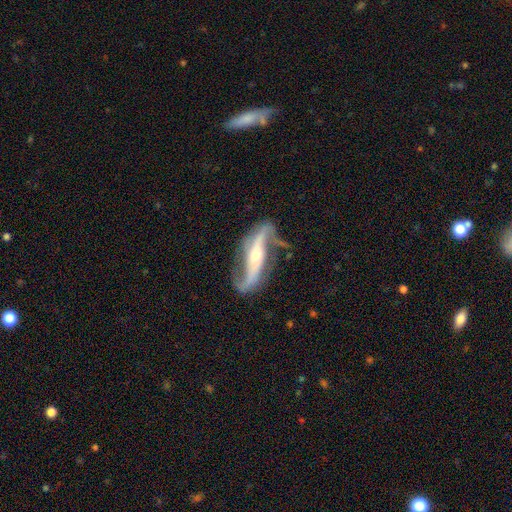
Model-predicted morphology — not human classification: This appears to be a featured or disk galaxy (89%) with a strong bar (50%), 2 (92%) loose (70%) spiral arms (96%) and a small central bulge (49%). Merging: none (70%).